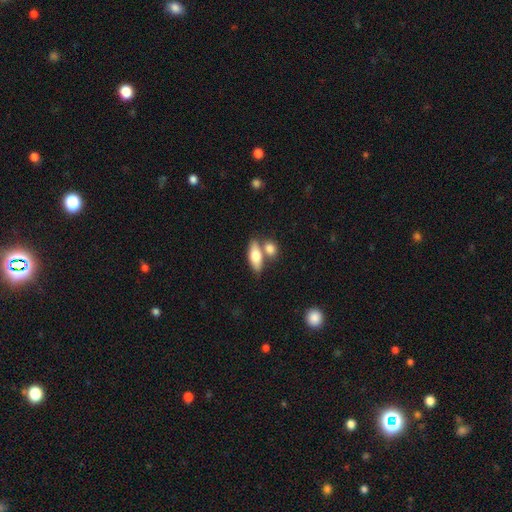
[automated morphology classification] This appears to be a smooth galaxy with no disk features (71%) that is in between round and cigar-shaped (72%). Merging: none (52%).